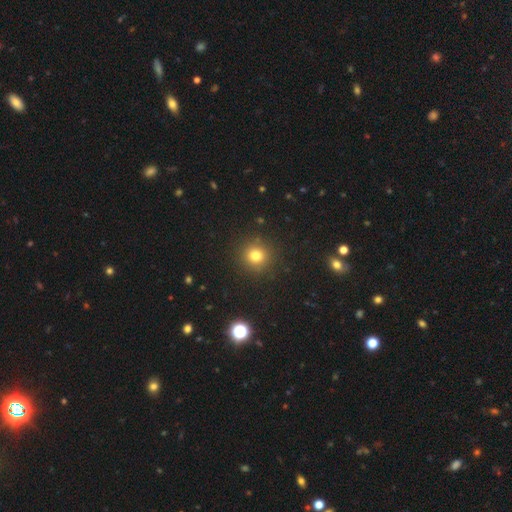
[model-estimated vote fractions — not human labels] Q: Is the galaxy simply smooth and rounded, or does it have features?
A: smooth — 78%.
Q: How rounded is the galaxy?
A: round — 93%.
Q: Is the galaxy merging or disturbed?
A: none — 90%.